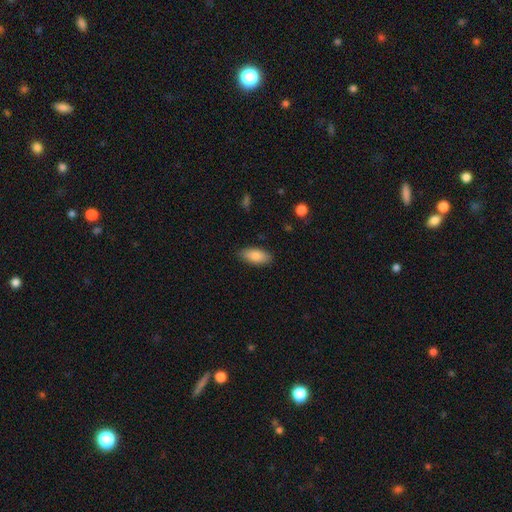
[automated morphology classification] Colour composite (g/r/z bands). It shows a smooth galaxy with no disk features (85%) that is in between round and cigar-shaped (87%). Merging: none (87%).